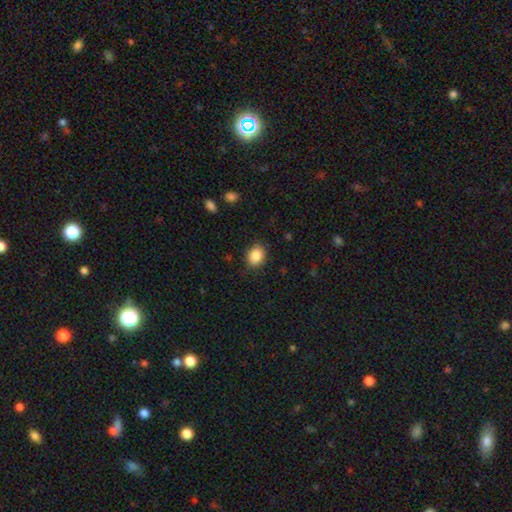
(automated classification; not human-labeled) Smooth or featured?
  - smooth: 87% *
  - star or artifact: 8%
  - featured or disk: 4%
How rounded?
  - in between: 59% *
  - round: 40%
  - cigar-shaped: 1%
Merging?
  - none: 86% *
  - minor disturbance: 10%
  - major disturbance: 3%
  - merger: 1%